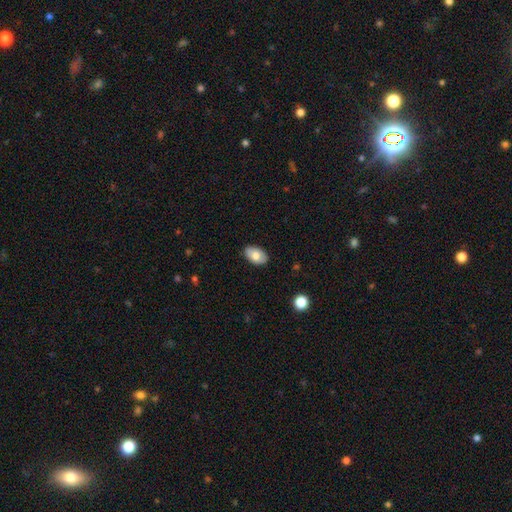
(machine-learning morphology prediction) Smooth or featured: smooth — 73% (featured or disk — 21%)
How rounded: in between — 91% (round — 8%)
Merging: none — 85% (minor disturbance — 12%)